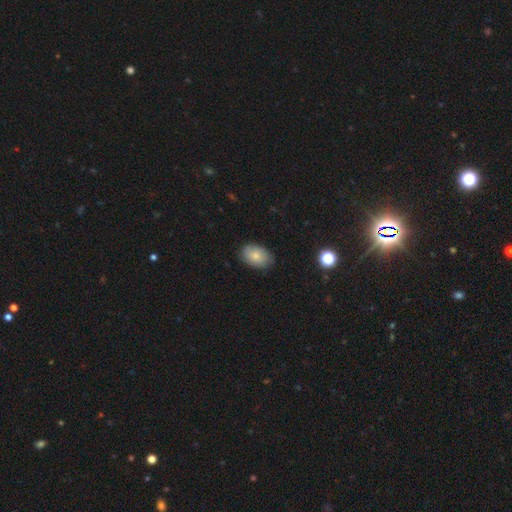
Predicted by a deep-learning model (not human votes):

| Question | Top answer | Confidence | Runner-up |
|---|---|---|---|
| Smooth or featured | smooth | 80% | featured or disk (12%) |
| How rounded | in between | 87% | round (12%) |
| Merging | none | 82% | minor disturbance (14%) |